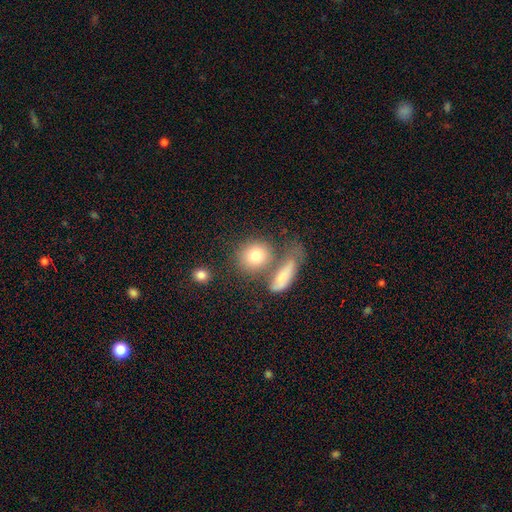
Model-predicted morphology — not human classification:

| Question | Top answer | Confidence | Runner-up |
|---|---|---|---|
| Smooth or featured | smooth | 79% | featured or disk (13%) |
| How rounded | round | 74% | in between (23%) |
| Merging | none | 52% | merger (28%) |